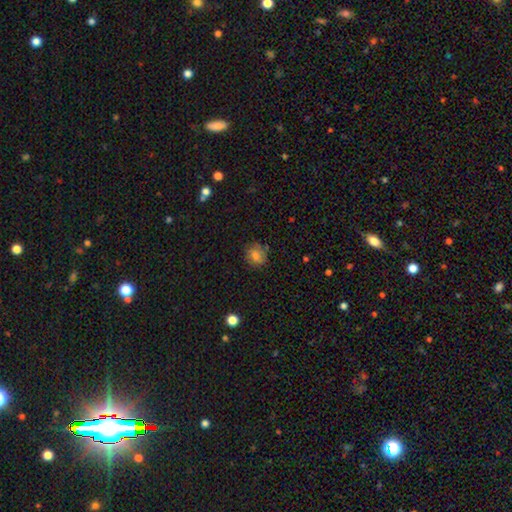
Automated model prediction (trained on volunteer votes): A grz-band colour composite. It shows a smooth galaxy with no disk features (73%) that is round (68%). Merging: none (74%).